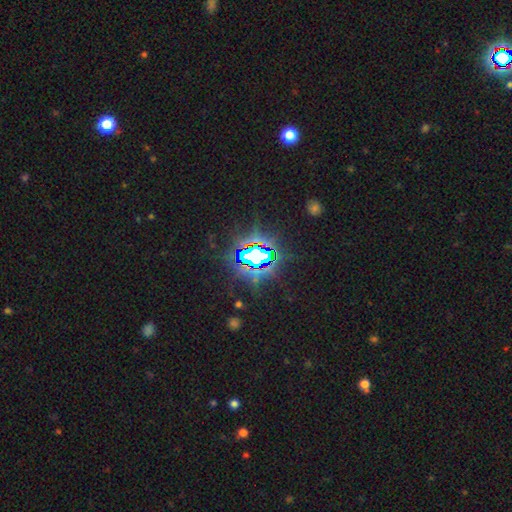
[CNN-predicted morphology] A star or artifact, not a galaxy (81%).